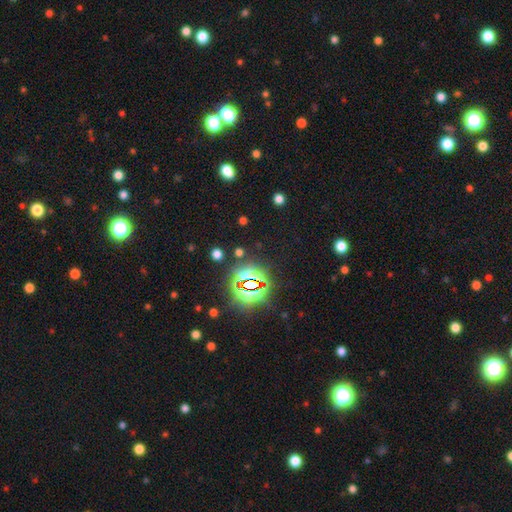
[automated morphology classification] A star or artifact, not a galaxy (81%).